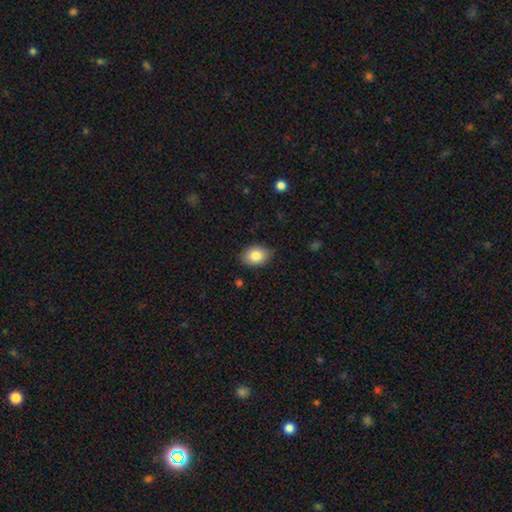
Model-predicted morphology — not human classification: Smooth or featured? Predicted: smooth (p=0.84). How rounded? Predicted: in between (p=0.75). Merging? Predicted: none (p=0.86).